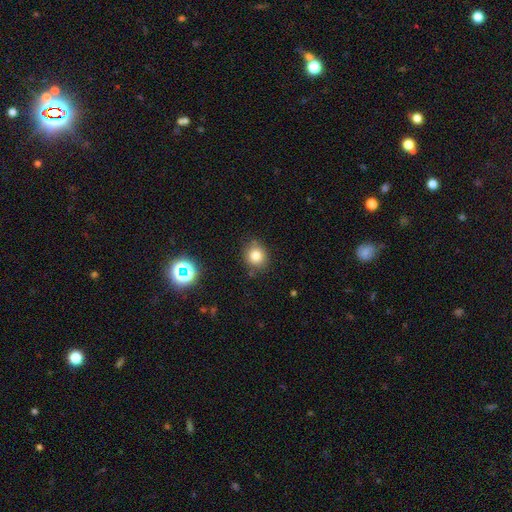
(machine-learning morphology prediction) smooth-or-featured: smooth: 80% | star or artifact: 13% | featured or disk: 7%
  how-rounded: round: 84% | in between: 15% | cigar-shaped: 1%
  merging: none: 81% | minor disturbance: 12% | merger: 4% | major disturbance: 3%